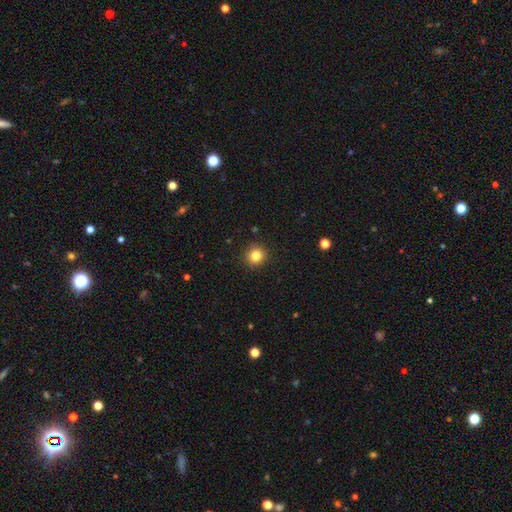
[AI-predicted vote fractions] Smooth or featured: smooth — 82% (star or artifact — 12%)
How rounded: round — 93% (in between — 6%)
Merging: none — 91% (minor disturbance — 6%)